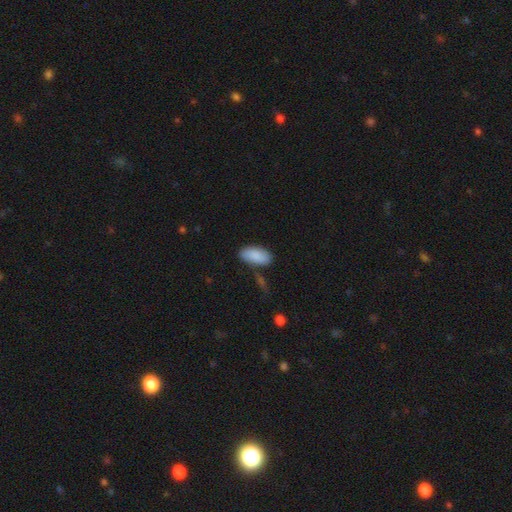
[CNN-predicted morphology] Smooth or featured? Predicted: smooth (p=0.89). How rounded? Predicted: in between (p=0.93). Merging? Predicted: none (p=0.77).